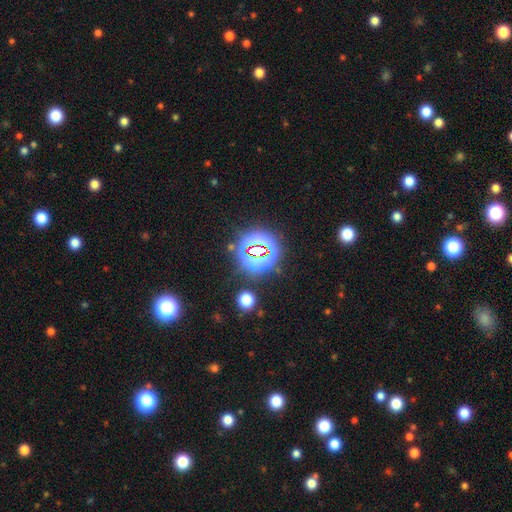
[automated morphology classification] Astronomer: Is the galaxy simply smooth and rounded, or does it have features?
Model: star or artifact — 77%.